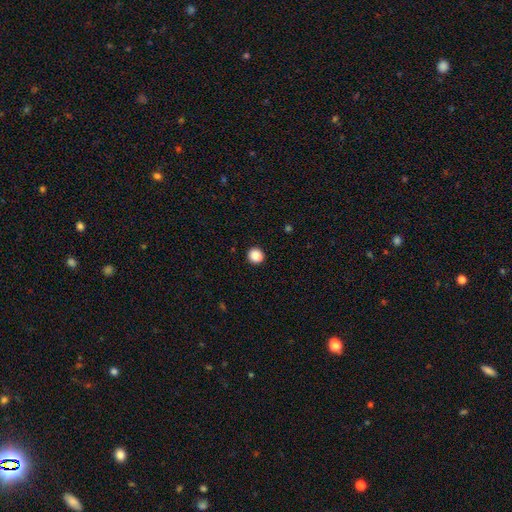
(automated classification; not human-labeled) smooth_or_featured: smooth (p=0.87) [alt: star or artifact p=0.10]
how_rounded: round (p=0.93) [alt: in between p=0.06]
merging: none (p=0.92) [alt: minor disturbance p=0.05]